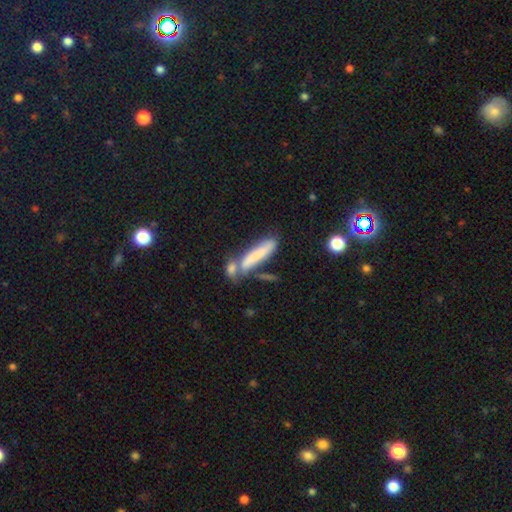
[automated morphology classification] smooth_or_featured: smooth (p=0.70) [alt: featured or disk p=0.22]
how_rounded: cigar-shaped (p=0.83) [alt: in between p=0.15]
merging: none (p=0.45) [alt: merger p=0.31]